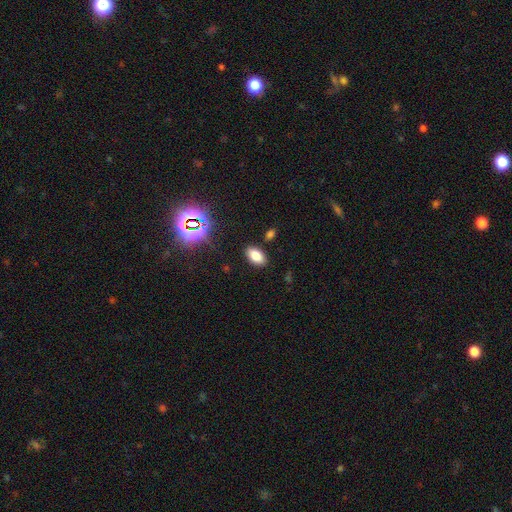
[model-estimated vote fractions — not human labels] This appears to be a smooth galaxy with no disk features (77%) that is in between round and cigar-shaped (91%). Merging: none (86%).